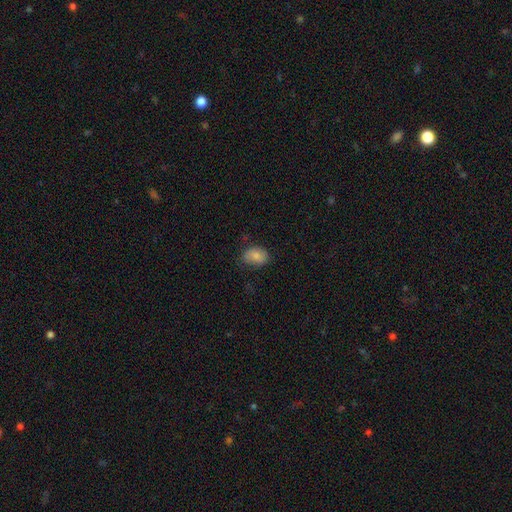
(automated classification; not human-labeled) Smooth or featured? Predicted: smooth (p=0.82). How rounded? Predicted: in between (p=0.77). Merging? Predicted: none (p=0.73).